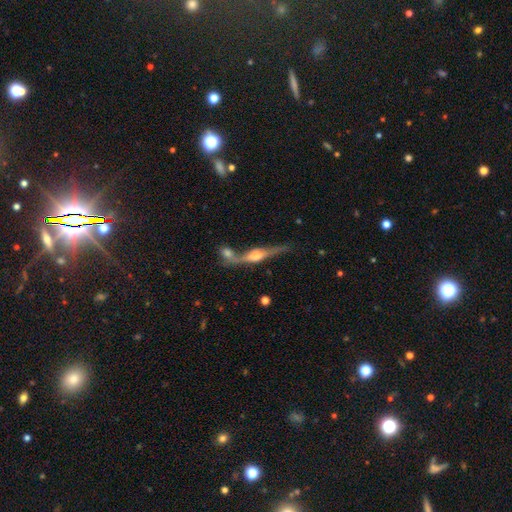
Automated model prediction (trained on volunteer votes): smooth_or_featured: featured or disk (p=0.74) [alt: smooth p=0.20]
disk_edge_on: yes (p=0.89) [alt: no p=0.11]
edge_on_bulge: rounded (p=0.84) [alt: boxy p=0.12]
merging: none (p=0.41) [alt: merger p=0.38]